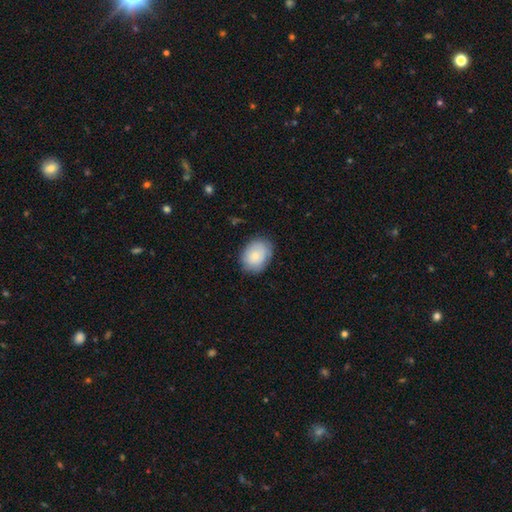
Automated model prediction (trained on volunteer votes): The model was most divided on "how rounded": in between: 60%, round: 39%, cigar-shaped: 1%. More confident: smooth or featured — smooth (76%); merging — none (76%).